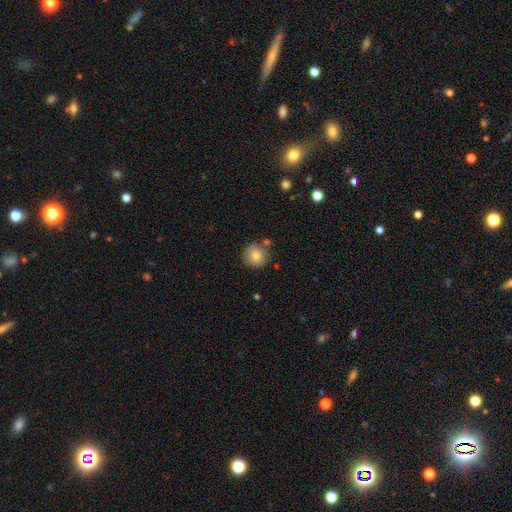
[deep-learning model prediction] Smooth or featured?
  - smooth: 82% *
  - star or artifact: 10%
  - featured or disk: 8%
How rounded?
  - round: 92% *
  - in between: 7%
  - cigar-shaped: 1%
Merging?
  - none: 80% *
  - minor disturbance: 10%
  - merger: 7%
  - major disturbance: 3%